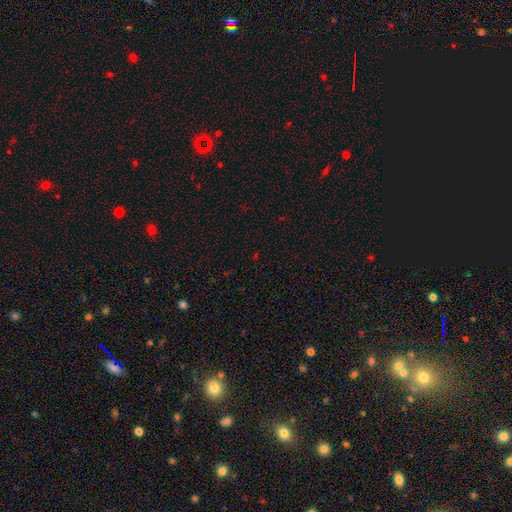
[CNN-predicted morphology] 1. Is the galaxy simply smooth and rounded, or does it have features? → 64% star or artifact, 29% smooth, 7% featured or disk.